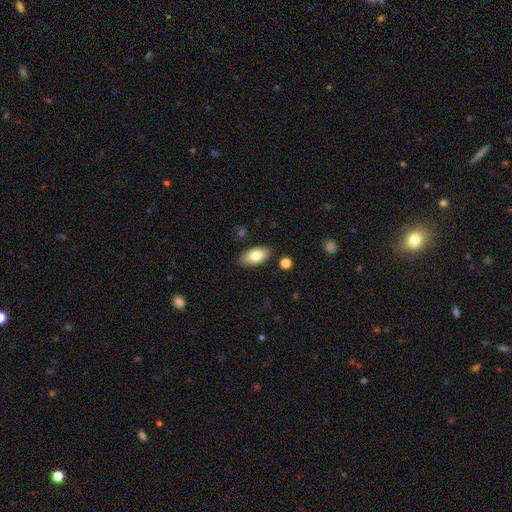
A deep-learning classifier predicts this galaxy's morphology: The model was most divided on "smooth or featured": smooth: 77%, featured or disk: 16%, star or artifact: 7%. More confident: how rounded — in between (91%); merging — none (87%).